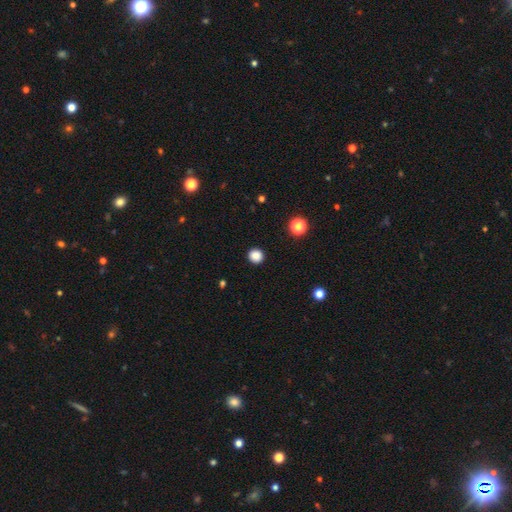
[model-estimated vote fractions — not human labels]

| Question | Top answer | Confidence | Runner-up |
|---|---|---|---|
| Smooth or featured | smooth | 86% | star or artifact (11%) |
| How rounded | round | 91% | in between (8%) |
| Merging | none | 93% | minor disturbance (5%) |